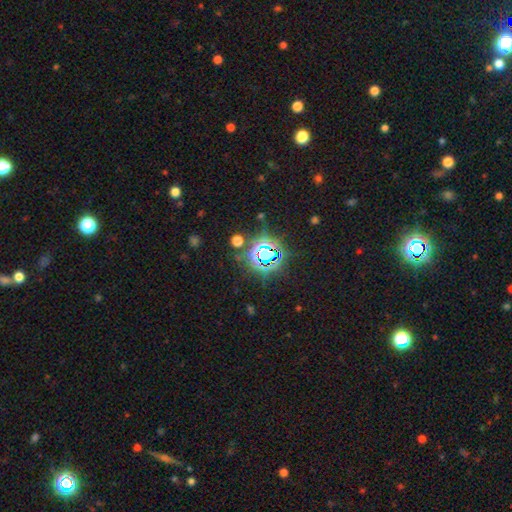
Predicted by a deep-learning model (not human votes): Smooth or featured?
  - star or artifact: 80% *
  - smooth: 13%
  - featured or disk: 7%